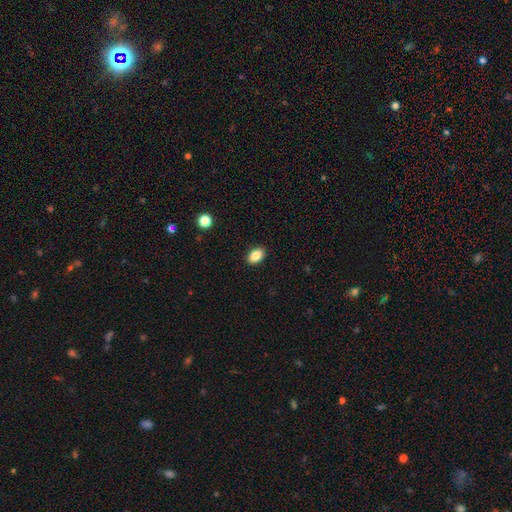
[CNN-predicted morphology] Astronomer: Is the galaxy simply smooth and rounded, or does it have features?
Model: smooth — 86%.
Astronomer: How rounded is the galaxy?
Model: in between — 83%.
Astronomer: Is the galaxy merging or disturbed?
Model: none — 91%.